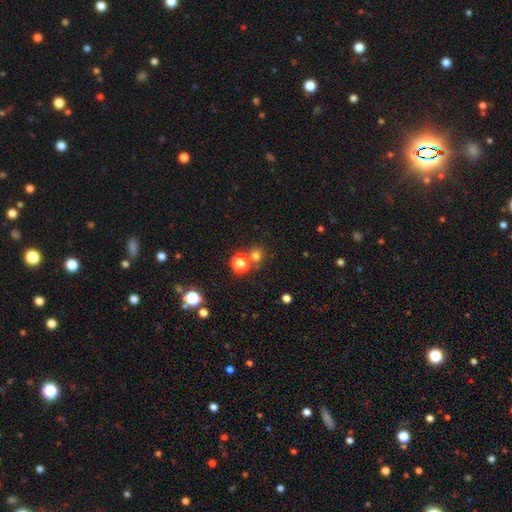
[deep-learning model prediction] This is likely a smooth galaxy (71%). How rounded: clearly round (85%). Merging: likely none (67%).